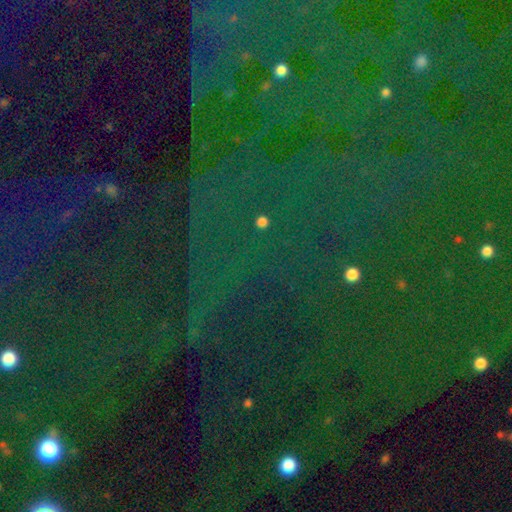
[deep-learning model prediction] Overall: star or artifact (84%).